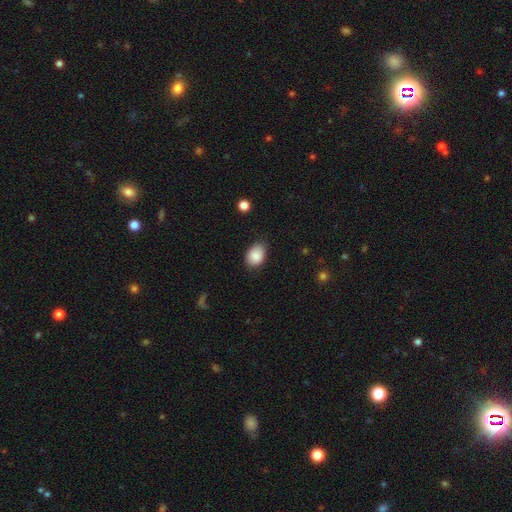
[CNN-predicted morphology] Q: Smooth or featured?
A: smooth (88%); runner-up: star or artifact (7%)
Q: How rounded?
A: in between (78%); runner-up: round (21%)
Q: Merging?
A: none (77%); runner-up: minor disturbance (19%)